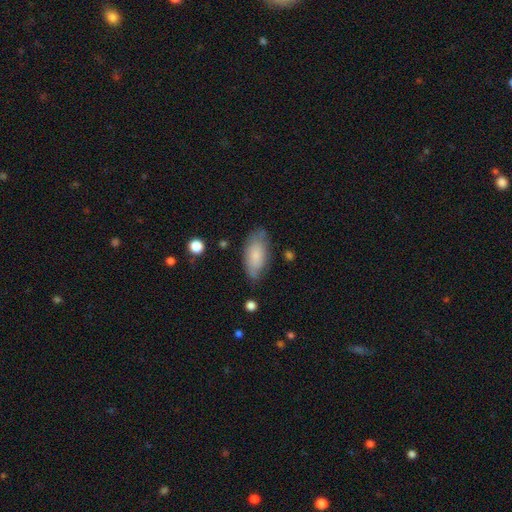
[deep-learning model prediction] This appears to be a smooth galaxy with no disk features (74%) that is in between round and cigar-shaped (89%). Merging: none (71%).